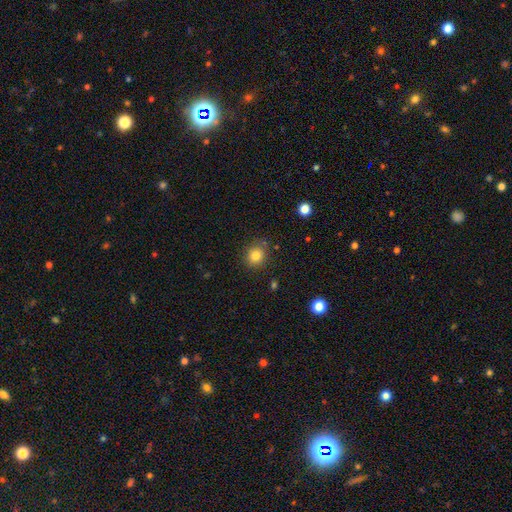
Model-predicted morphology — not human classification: smooth_or_featured: smooth (p=0.83) [alt: star or artifact p=0.11]
how_rounded: round (p=0.79) [alt: in between p=0.21]
merging: none (p=0.82) [alt: minor disturbance p=0.12]